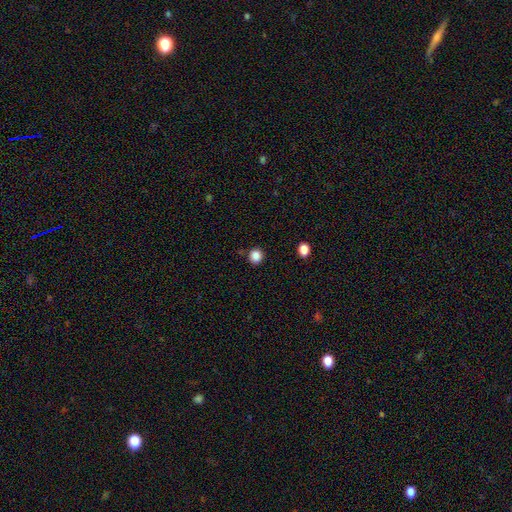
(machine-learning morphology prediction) Smooth or featured?
  - smooth: 86% *
  - star or artifact: 11%
  - featured or disk: 3%
How rounded?
  - round: 90% *
  - in between: 9%
  - cigar-shaped: 1%
Merging?
  - none: 88% *
  - minor disturbance: 7%
  - merger: 2%
  - major disturbance: 2%